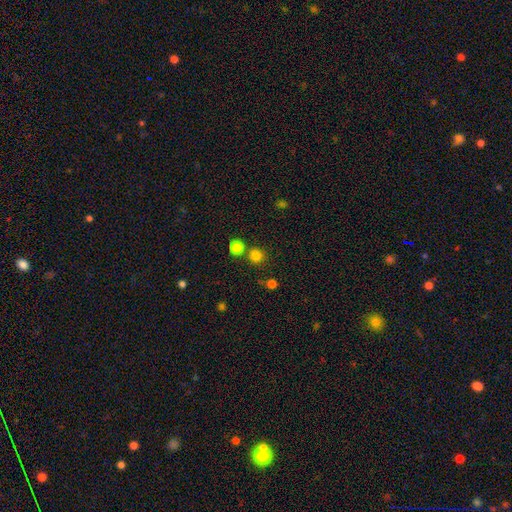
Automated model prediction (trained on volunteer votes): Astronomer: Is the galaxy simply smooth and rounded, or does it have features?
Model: smooth — 81%.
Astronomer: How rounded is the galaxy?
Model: round — 91%.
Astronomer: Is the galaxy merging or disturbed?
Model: none — 74%.